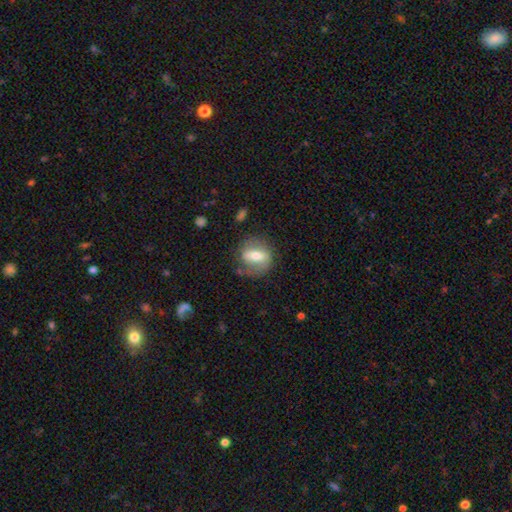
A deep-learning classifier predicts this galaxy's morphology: smooth 53%, featured or disk 40%, star or artifact 8%. Down the decision tree: how rounded — round (53%); merging — none (71%).